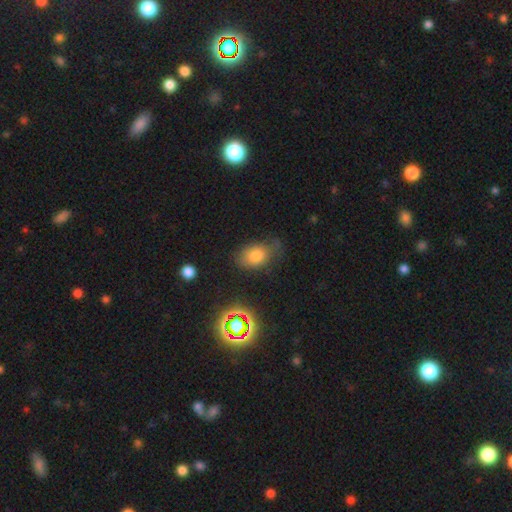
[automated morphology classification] Smooth or featured: smooth — 73% (star or artifact — 14%)
How rounded: in between — 80% (round — 19%)
Merging: none — 54% (minor disturbance — 30%)